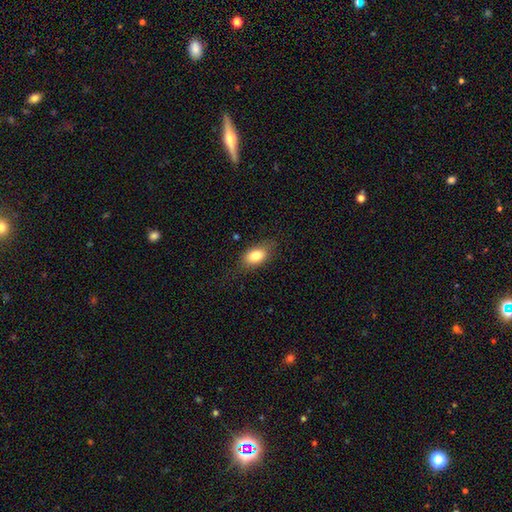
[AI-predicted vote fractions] smooth_or_featured: smooth (p=0.83) [alt: featured or disk p=0.10]
how_rounded: in between (p=0.88) [alt: round p=0.07]
merging: none (p=0.74) [alt: minor disturbance p=0.18]